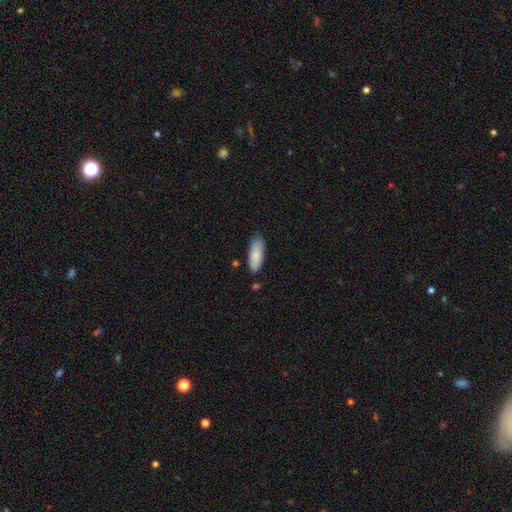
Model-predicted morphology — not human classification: Smooth or featured? smooth (86%)
How rounded? in between (74%)
Merging? none (78%)